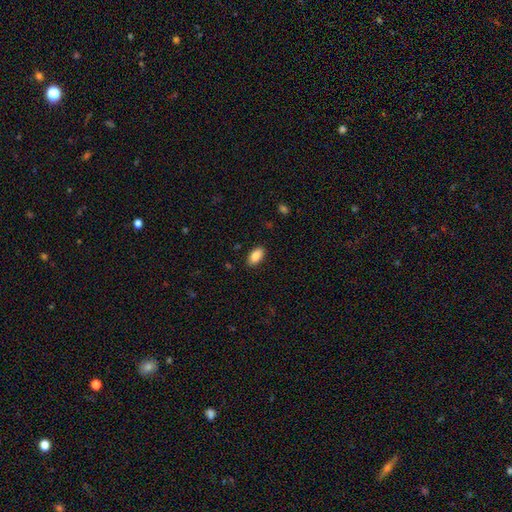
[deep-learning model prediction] Smooth or featured? smooth (88%)
How rounded? in between (94%)
Merging? none (87%)